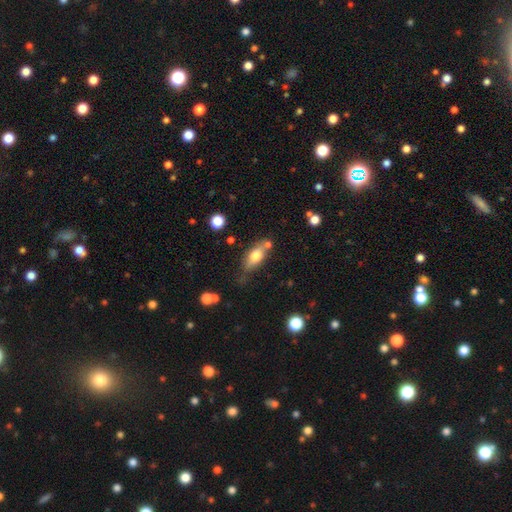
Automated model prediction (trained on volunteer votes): smooth 66%, featured or disk 26%, star or artifact 8%. Down the decision tree: how rounded — in between (78%); merging — none (61%).